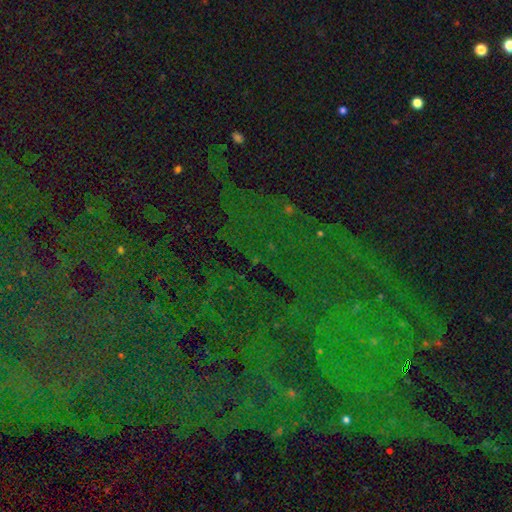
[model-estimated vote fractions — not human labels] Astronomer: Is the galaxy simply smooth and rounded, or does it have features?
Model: star or artifact — 82%.